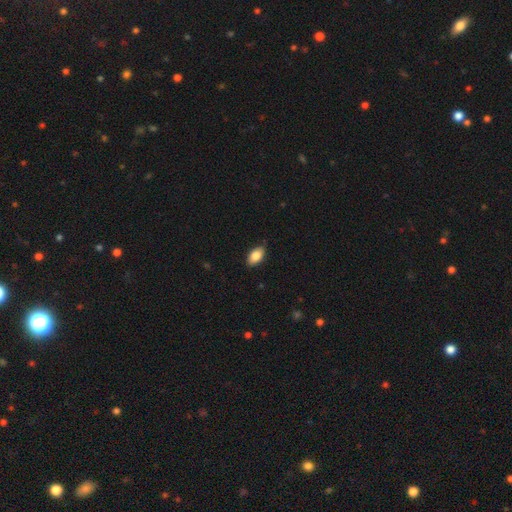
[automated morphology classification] Smooth or featured? smooth (85%)
How rounded? in between (93%)
Merging? none (82%)